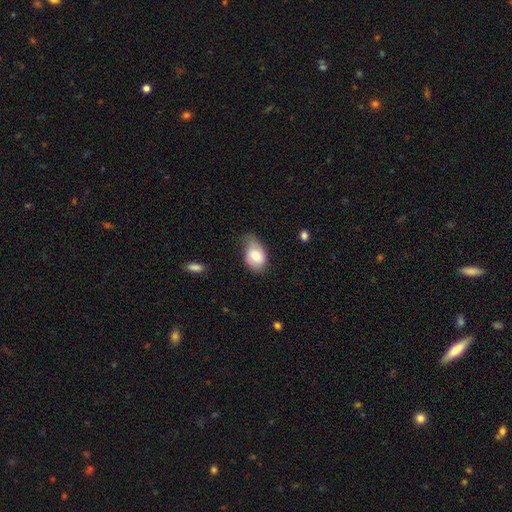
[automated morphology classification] Smooth or featured?
  - smooth: 75% *
  - featured or disk: 18%
  - star or artifact: 7%
How rounded?
  - in between: 84% *
  - round: 15%
  - cigar-shaped: 1%
Merging?
  - none: 46% *
  - minor disturbance: 41%
  - major disturbance: 11%
  - merger: 2%